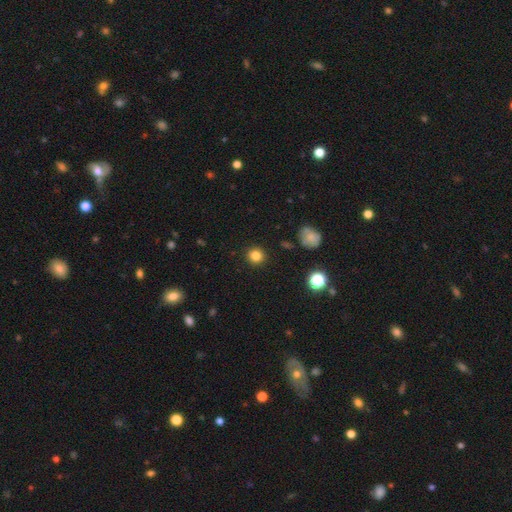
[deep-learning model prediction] Smooth or featured?
  - smooth: 83% *
  - star or artifact: 13%
  - featured or disk: 4%
How rounded?
  - round: 92% *
  - in between: 7%
  - cigar-shaped: 1%
Merging?
  - none: 91% *
  - minor disturbance: 5%
  - major disturbance: 2%
  - merger: 1%